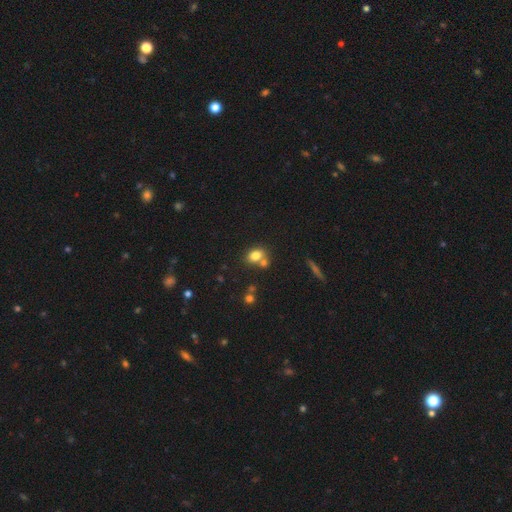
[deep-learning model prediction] The model was most divided on "merging": none: 55%, merger: 30%, minor disturbance: 12%, major disturbance: 4%. More confident: smooth or featured — smooth (78%); how rounded — in between (66%).